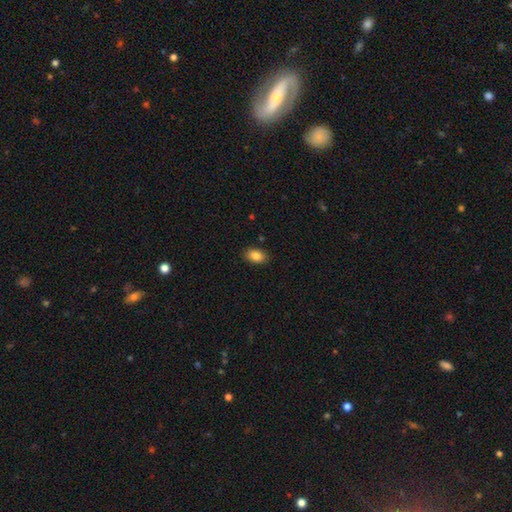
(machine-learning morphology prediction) Smooth or featured?
  - smooth: 86% *
  - star or artifact: 8%
  - featured or disk: 6%
How rounded?
  - in between: 89% *
  - round: 10%
  - cigar-shaped: 1%
Merging?
  - none: 88% *
  - minor disturbance: 9%
  - major disturbance: 2%
  - merger: 1%